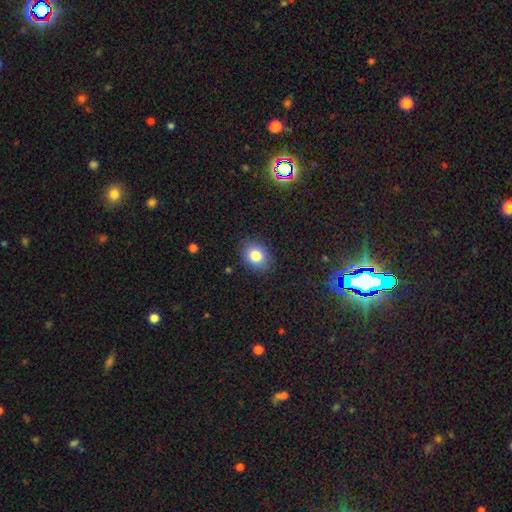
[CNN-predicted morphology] Smooth or featured?
  - smooth: 82% *
  - star or artifact: 10%
  - featured or disk: 7%
How rounded?
  - round: 55% *
  - in between: 44%
  - cigar-shaped: 1%
Merging?
  - none: 87% *
  - minor disturbance: 10%
  - major disturbance: 3%
  - merger: 1%